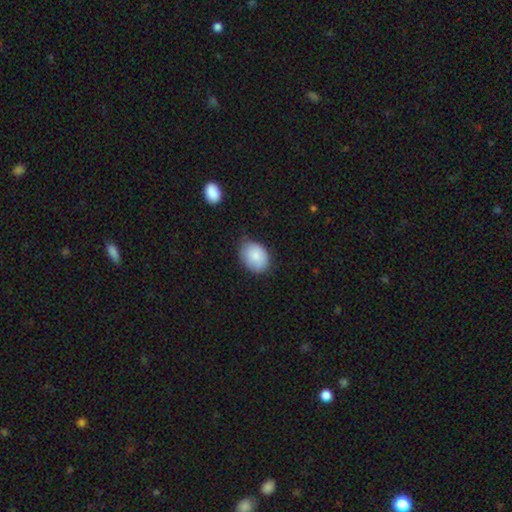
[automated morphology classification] This is clearly a smooth galaxy (85%). How rounded: likely in between (69%). Merging: likely none (66%).